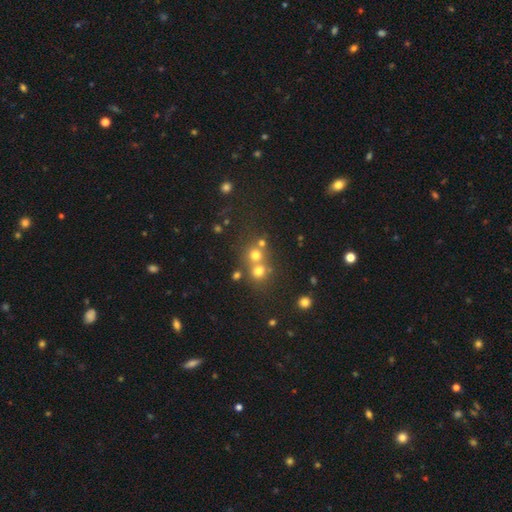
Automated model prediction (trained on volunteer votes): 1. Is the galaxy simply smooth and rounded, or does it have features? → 61% smooth, 26% star or artifact, 13% featured or disk.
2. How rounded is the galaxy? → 86% round, 13% in between, 1% cigar-shaped.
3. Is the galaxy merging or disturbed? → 48% none, 43% merger, 6% minor disturbance, 3% major disturbance.